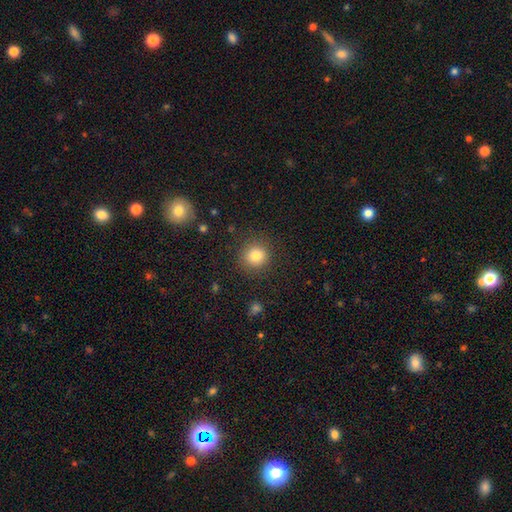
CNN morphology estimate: This appears to be a smooth galaxy with no disk features (82%) that is round (92%). Merging: none (89%).